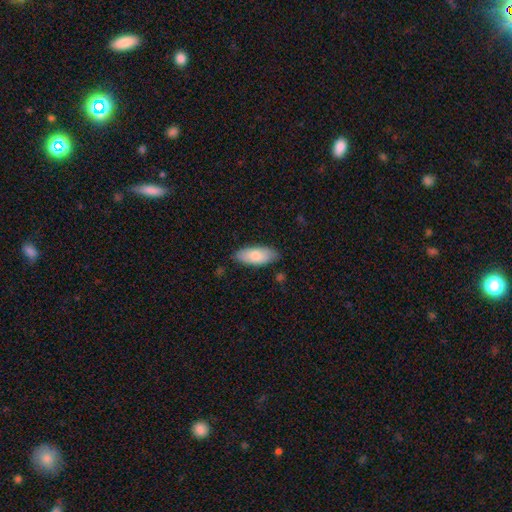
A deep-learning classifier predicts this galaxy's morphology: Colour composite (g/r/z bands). It shows a smooth galaxy with no disk features (77%) that is in between round and cigar-shaped (84%). Merging: none (82%).